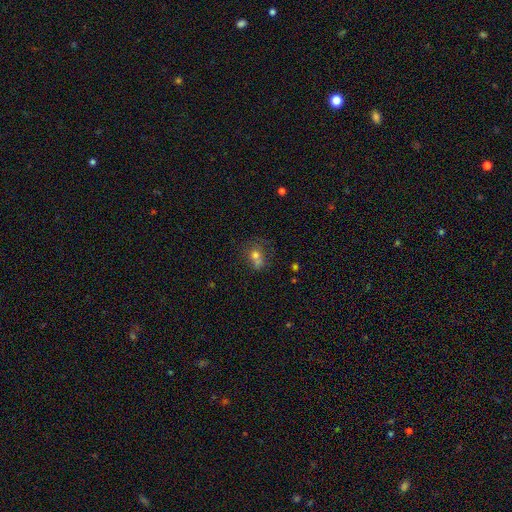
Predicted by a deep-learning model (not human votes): The model was most divided on "merging": merger: 40%, none: 34%, minor disturbance: 15%, major disturbance: 11%. More confident: smooth or featured — smooth (66%); how rounded — round (64%).